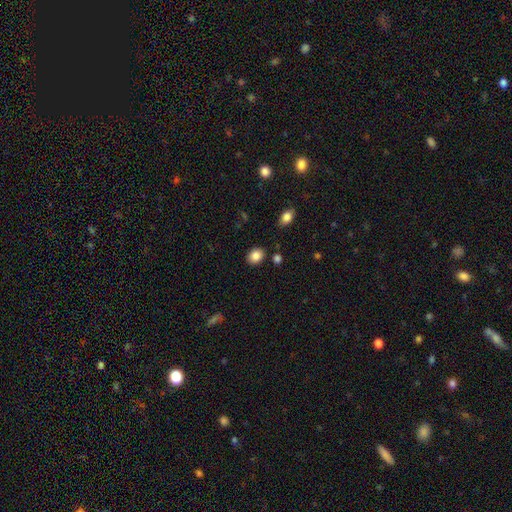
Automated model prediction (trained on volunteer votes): Smooth or featured?
  - smooth: 86% *
  - star or artifact: 8%
  - featured or disk: 5%
How rounded?
  - in between: 55% *
  - round: 45%
  - cigar-shaped: 1%
Merging?
  - none: 86% *
  - minor disturbance: 9%
  - merger: 3%
  - major disturbance: 2%